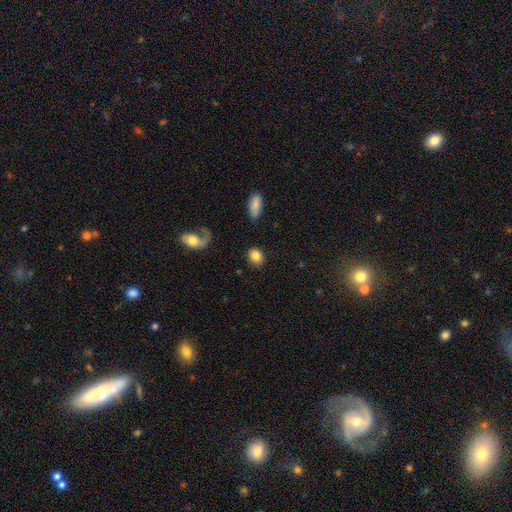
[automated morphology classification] smooth_or_featured: smooth (p=0.81) [alt: featured or disk p=0.11]
how_rounded: round (p=0.51) [alt: in between p=0.48]
merging: none (p=0.84) [alt: minor disturbance p=0.09]